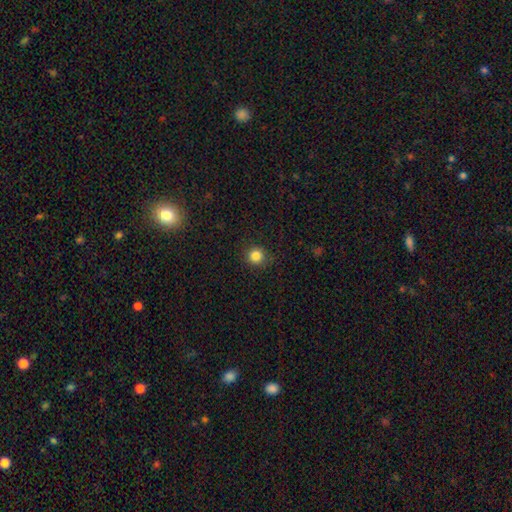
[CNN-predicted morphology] smooth 83%, star or artifact 12%, featured or disk 5%. Down the decision tree: how rounded — round (93%); merging — none (90%).